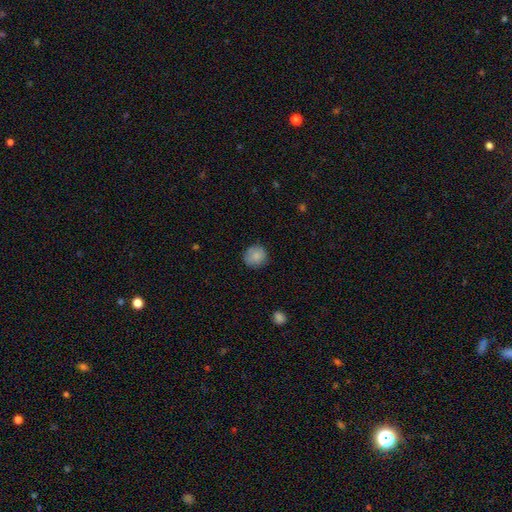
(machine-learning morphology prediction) This is clearly a smooth galaxy (84%). How rounded: clearly round (89%). Merging: clearly none (82%).